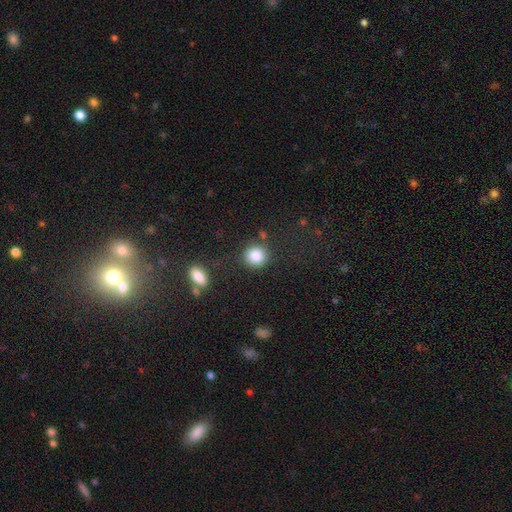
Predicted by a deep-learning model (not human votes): This is clearly a smooth galaxy (86%). How rounded: clearly round (88%). Merging: clearly none (82%).